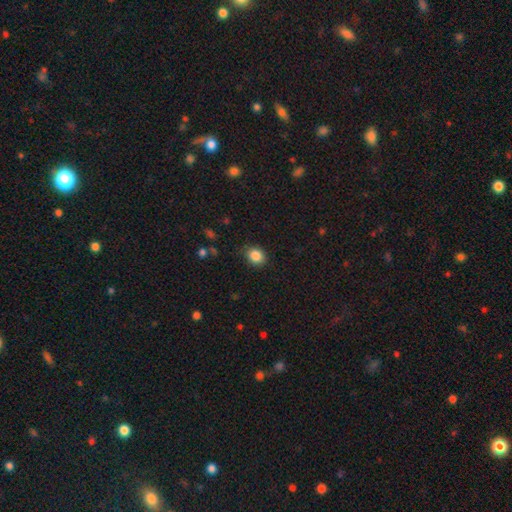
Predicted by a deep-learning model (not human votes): A smooth galaxy with no disk features (86%) that is round (57%).

Vote fractions:
- Smooth or featured? smooth: 86% / star or artifact: 10% / featured or disk: 4%
- How rounded? round: 57% / in between: 42% / cigar-shaped: 1%
- Merging? none: 83% / minor disturbance: 12% / major disturbance: 3% / merger: 1%